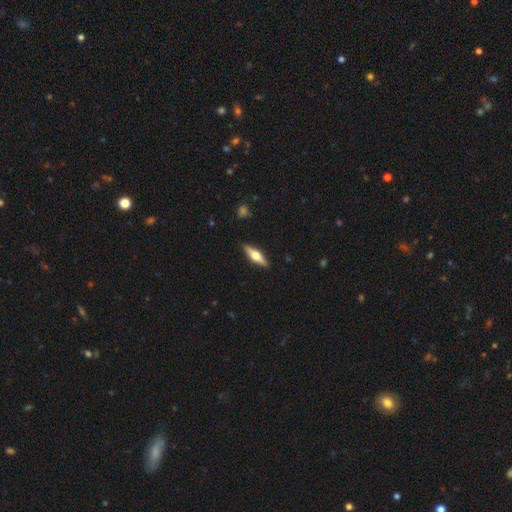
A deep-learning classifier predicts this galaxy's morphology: A featured or disk galaxy (61%) viewed edge-on (96%) with a rounded central bulge (94%). Merging: none (89%).